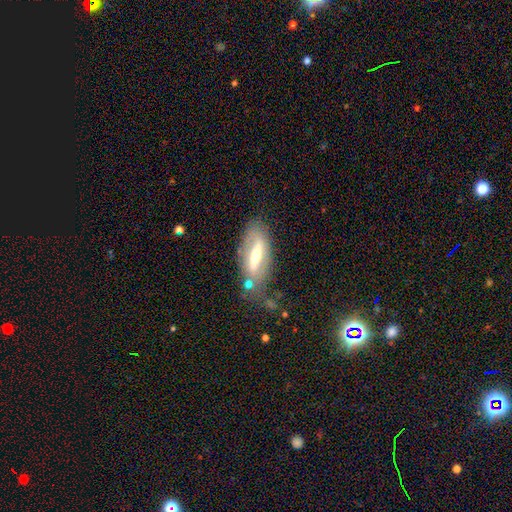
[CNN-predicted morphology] This appears to be a featured or disk galaxy (65%). Merging: none (66%).